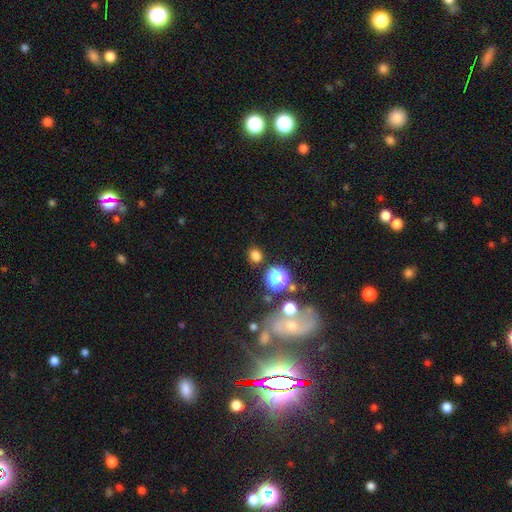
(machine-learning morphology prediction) Smooth or featured? Predicted: smooth (p=0.74). How rounded? Predicted: round (p=0.63). Merging? Predicted: none (p=0.81).